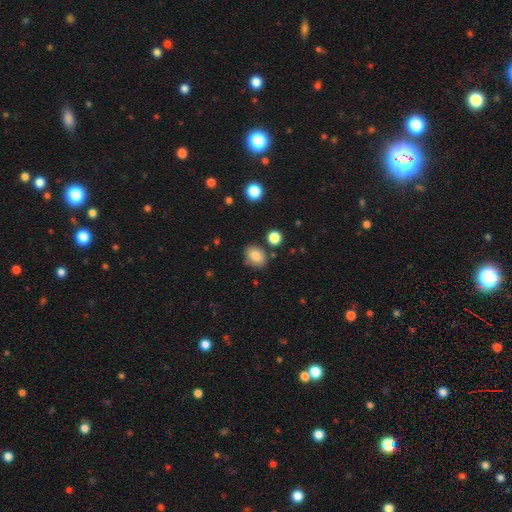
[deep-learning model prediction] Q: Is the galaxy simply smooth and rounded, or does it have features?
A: smooth — 84%.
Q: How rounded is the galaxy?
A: in between — 61%.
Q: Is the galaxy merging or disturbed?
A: none — 77%.